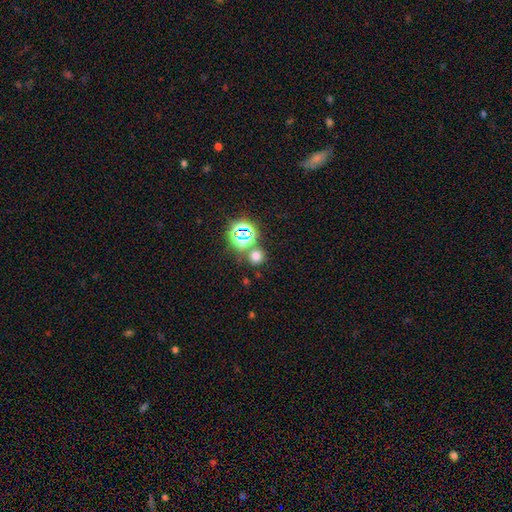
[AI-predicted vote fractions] A smooth galaxy with no disk features (64%) that is round (88%).

Vote fractions:
- Smooth or featured? smooth: 64% / star or artifact: 29% / featured or disk: 7%
- How rounded? round: 88% / in between: 11% / cigar-shaped: 1%
- Merging? none: 74% / merger: 15% / minor disturbance: 7% / major disturbance: 3%